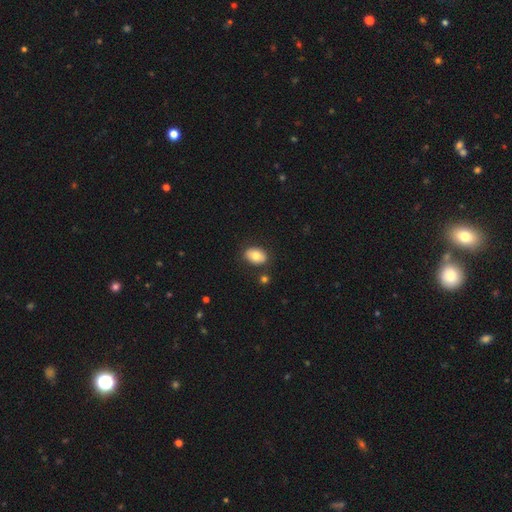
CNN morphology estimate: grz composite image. It shows a smooth galaxy with no disk features (80%) that is in between round and cigar-shaped (83%). Merging: none (84%).